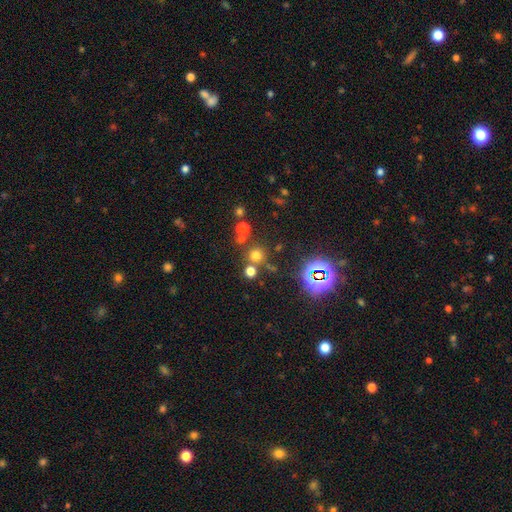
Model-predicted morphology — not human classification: This appears to be a smooth galaxy with no disk features (63%) that is round (92%). Merging: none (72%).